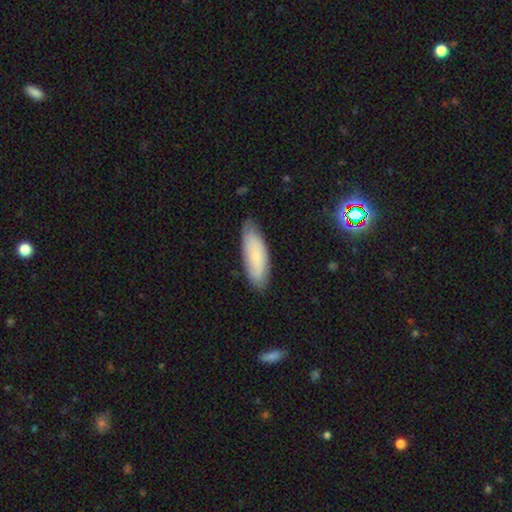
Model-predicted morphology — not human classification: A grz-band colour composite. It shows a smooth galaxy with no disk features (70%) that is in between round and cigar-shaped (63%). Merging: none (77%).